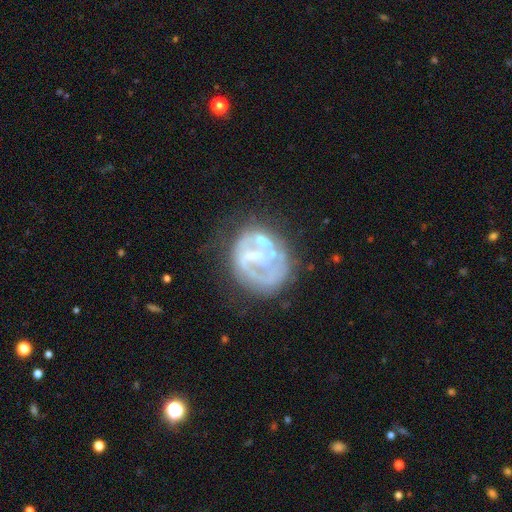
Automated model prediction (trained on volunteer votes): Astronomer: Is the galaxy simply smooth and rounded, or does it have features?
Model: featured or disk — 68%.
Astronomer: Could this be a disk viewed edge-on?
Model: no — 98%.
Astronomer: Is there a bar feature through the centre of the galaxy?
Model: no — 54% (runner-up: weak, 29%).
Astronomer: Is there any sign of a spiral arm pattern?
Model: no — 63%.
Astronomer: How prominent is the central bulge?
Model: none — 52%.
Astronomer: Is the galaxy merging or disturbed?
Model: none — 49%.